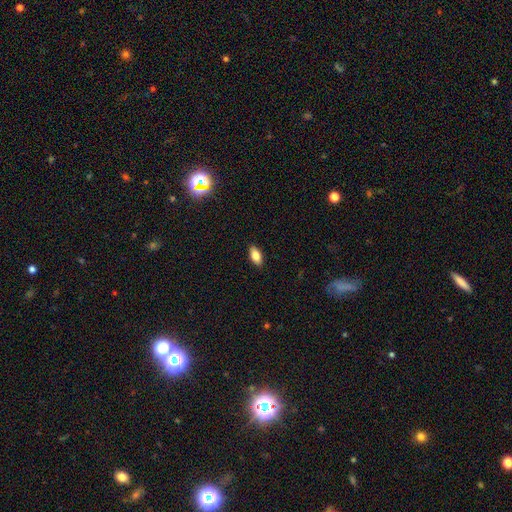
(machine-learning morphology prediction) Smooth or featured? smooth (81%)
How rounded? in between (90%)
Merging? none (90%)